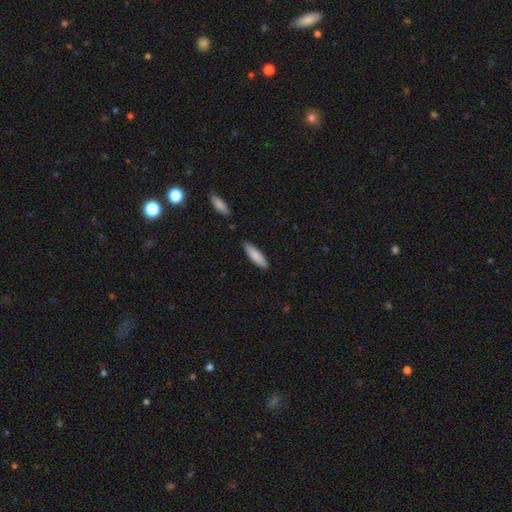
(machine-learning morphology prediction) smooth 84%, featured or disk 10%, star or artifact 6%. Down the decision tree: how rounded — cigar-shaped (70%); merging — none (84%).